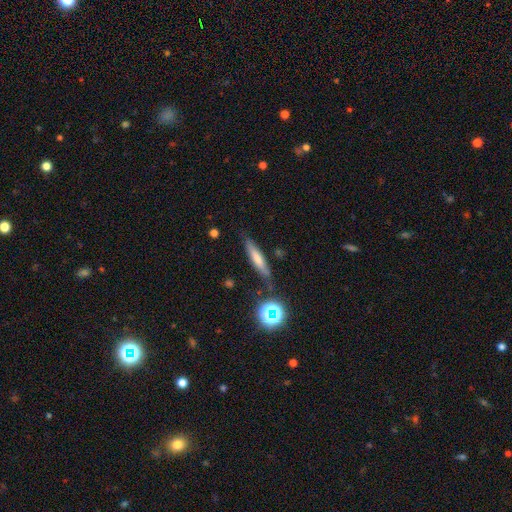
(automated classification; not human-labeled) This is possibly a smooth galaxy (55%). How rounded: clearly cigar-shaped (84%). Merging: likely none (80%).